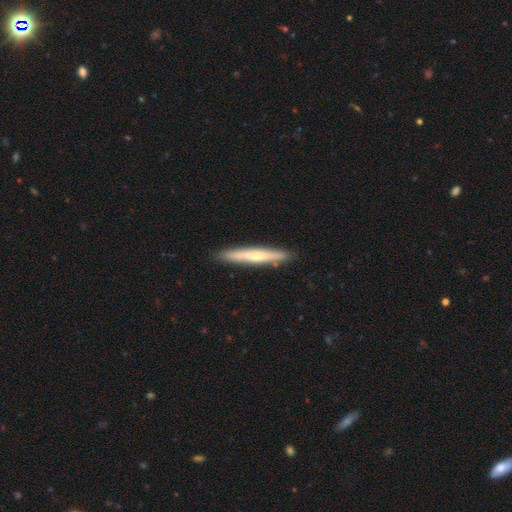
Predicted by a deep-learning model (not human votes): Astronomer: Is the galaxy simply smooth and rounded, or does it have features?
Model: smooth — 48% (runner-up: featured or disk, 46%).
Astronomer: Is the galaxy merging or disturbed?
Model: none — 90%.